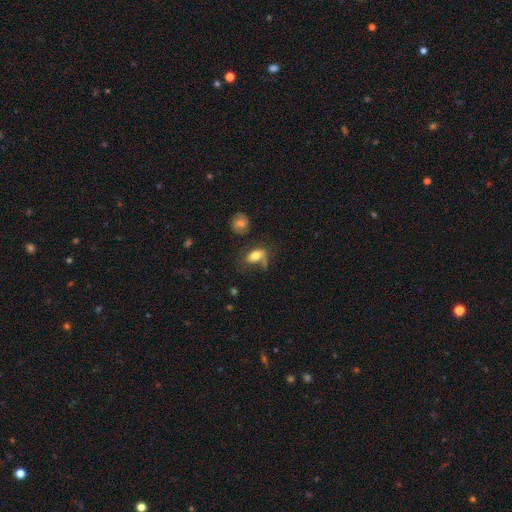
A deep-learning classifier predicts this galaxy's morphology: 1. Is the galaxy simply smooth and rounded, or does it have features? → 70% smooth, 22% featured or disk, 9% star or artifact.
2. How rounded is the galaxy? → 86% in between, 10% round, 4% cigar-shaped.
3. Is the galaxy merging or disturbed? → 41% none, 25% major disturbance, 24% minor disturbance, 10% merger.